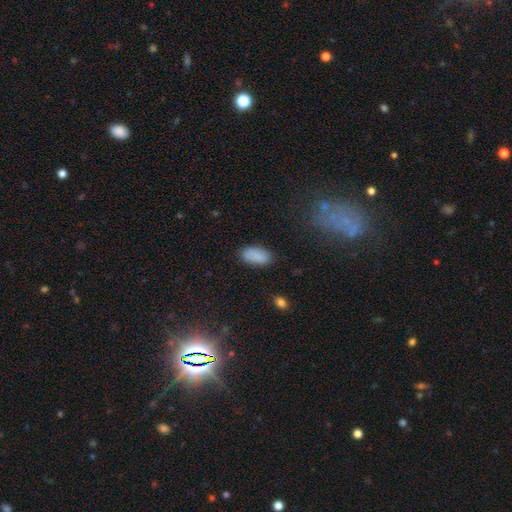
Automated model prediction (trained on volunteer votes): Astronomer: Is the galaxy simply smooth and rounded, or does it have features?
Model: smooth — 88%.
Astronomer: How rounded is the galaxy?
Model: in between — 94%.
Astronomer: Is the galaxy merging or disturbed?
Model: none — 83%.